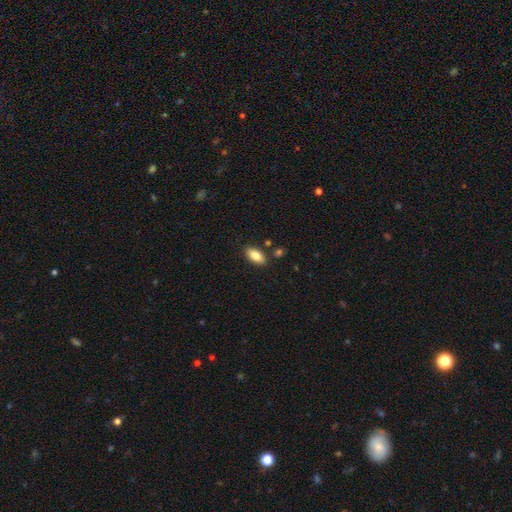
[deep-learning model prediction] Smooth or featured? smooth (82%)
How rounded? in between (91%)
Merging? none (84%)